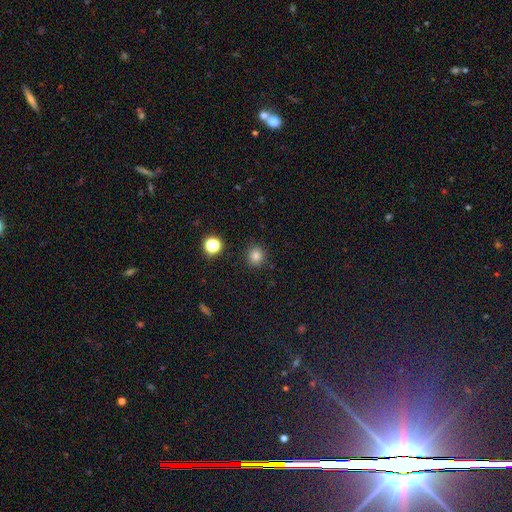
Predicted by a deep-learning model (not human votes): Smooth or featured? smooth (82%)
How rounded? round (87%)
Merging? none (89%)